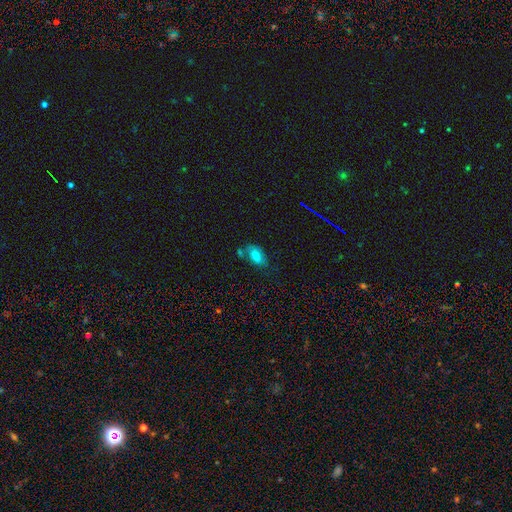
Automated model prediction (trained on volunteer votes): This appears to be a smooth galaxy with no disk features (73%) that is in between round and cigar-shaped (91%). Merging: none (50%).